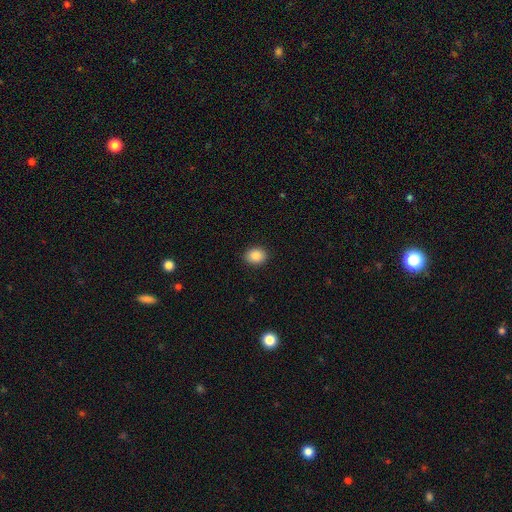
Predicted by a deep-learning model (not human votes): Smooth or featured?
  - smooth: 86% *
  - star or artifact: 9%
  - featured or disk: 5%
How rounded?
  - round: 51% *
  - in between: 48%
  - cigar-shaped: 1%
Merging?
  - none: 90% *
  - minor disturbance: 7%
  - major disturbance: 2%
  - merger: 1%